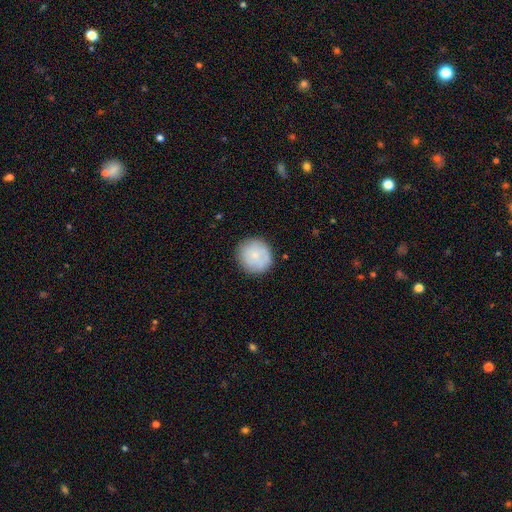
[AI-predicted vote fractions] Morphology: type=smooth (75%); roundness=round (92%); merging=none (84%).